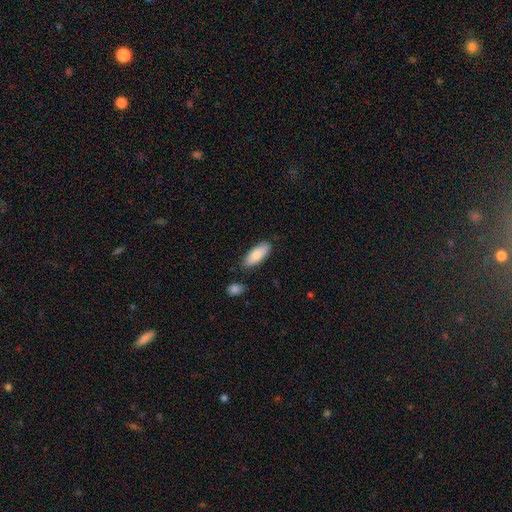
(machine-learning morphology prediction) Smooth or featured? Predicted: smooth (p=0.82). How rounded? Predicted: in between (p=0.80). Merging? Predicted: none (p=0.81).